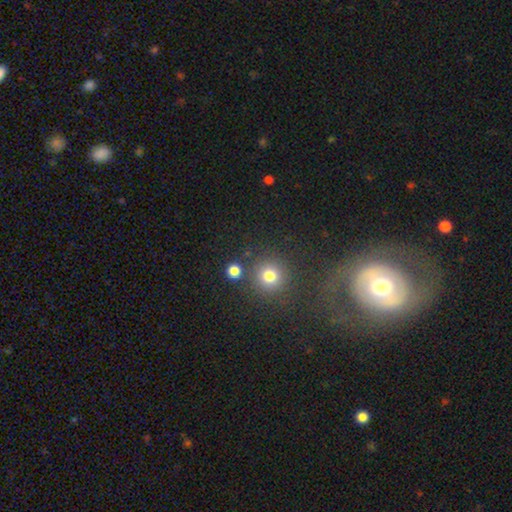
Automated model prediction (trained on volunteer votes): smooth-or-featured: smooth: 51% | featured or disk: 27% | star or artifact: 22%
  how-rounded: round: 89% | in between: 10% | cigar-shaped: 1%
  merging: none: 75% | minor disturbance: 11% | merger: 8% | major disturbance: 6%